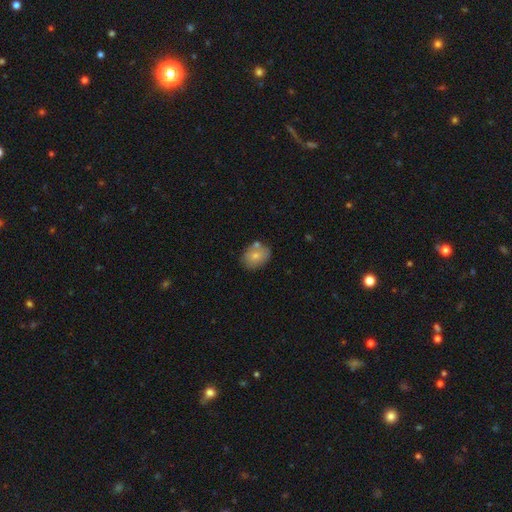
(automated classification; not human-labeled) Smooth or featured? smooth (77%)
How rounded? in between (61%)
Merging? none (71%)